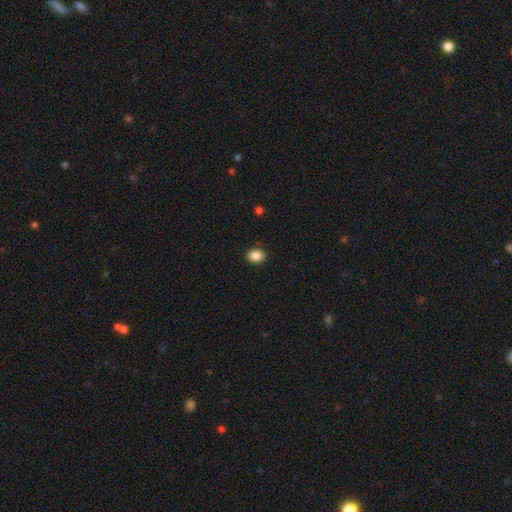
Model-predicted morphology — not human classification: Smooth or featured? Predicted: smooth (p=0.87). How rounded? Predicted: round (p=0.51). Merging? Predicted: none (p=0.90).